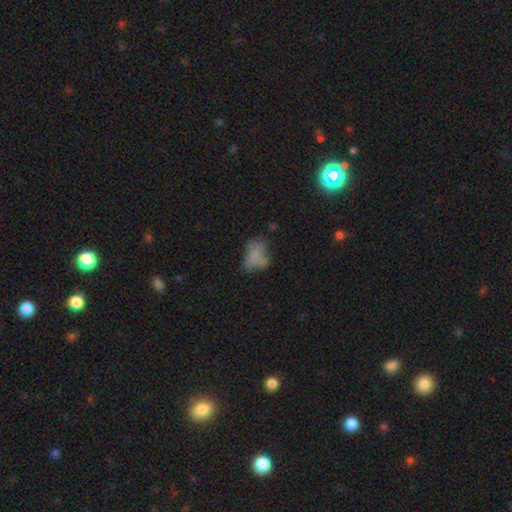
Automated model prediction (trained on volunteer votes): A smooth galaxy with no disk features (60%) that is in between round and cigar-shaped (79%). Merging: none (37%).